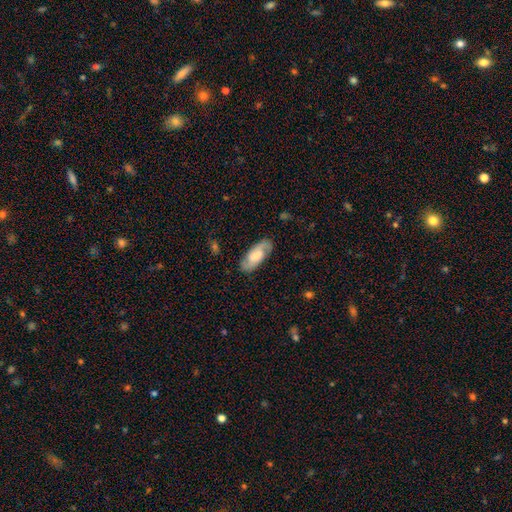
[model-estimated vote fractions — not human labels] Morphology: type=featured or disk (56%); edge-on=no (90%); merging=none (81%).